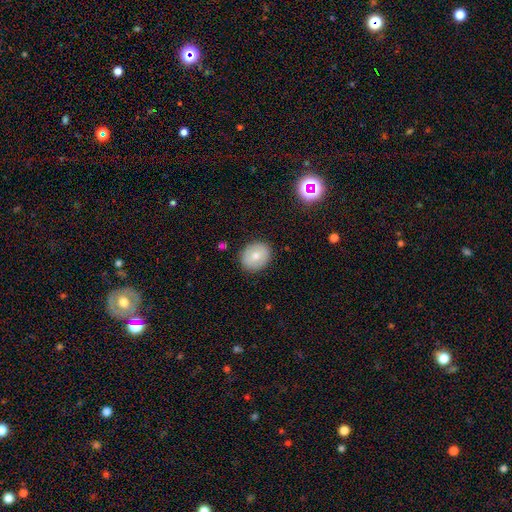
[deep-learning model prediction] Smooth or featured? Predicted: smooth (p=0.68). How rounded? Predicted: round (p=0.63). Merging? Predicted: none (p=0.87).